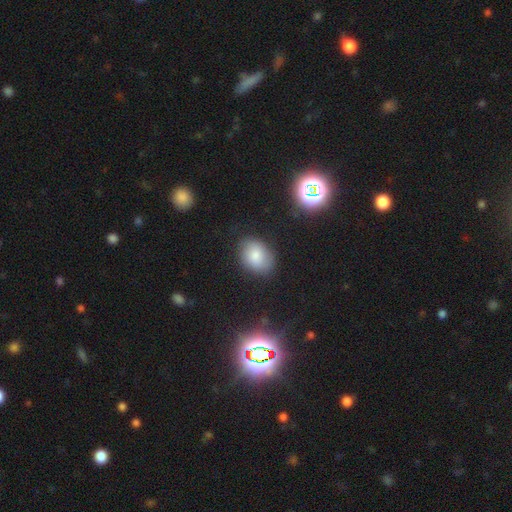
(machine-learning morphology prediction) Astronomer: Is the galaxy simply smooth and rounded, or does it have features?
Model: smooth — 78%.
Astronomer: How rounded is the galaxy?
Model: in between — 62% (runner-up: round, 37%).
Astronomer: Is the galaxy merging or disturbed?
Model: none — 79%.